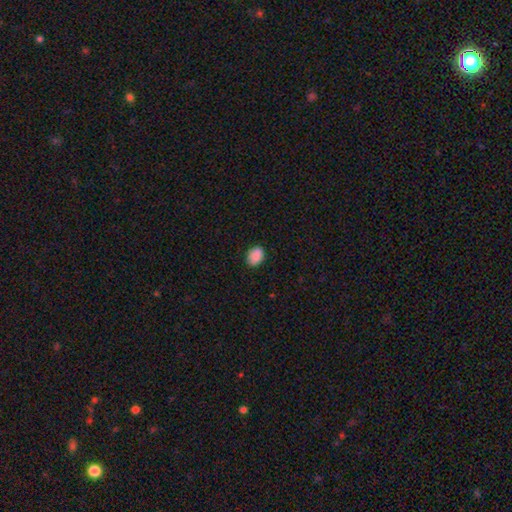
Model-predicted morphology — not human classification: This is clearly a smooth galaxy (89%). How rounded: likely in between (67%). Merging: clearly none (83%).